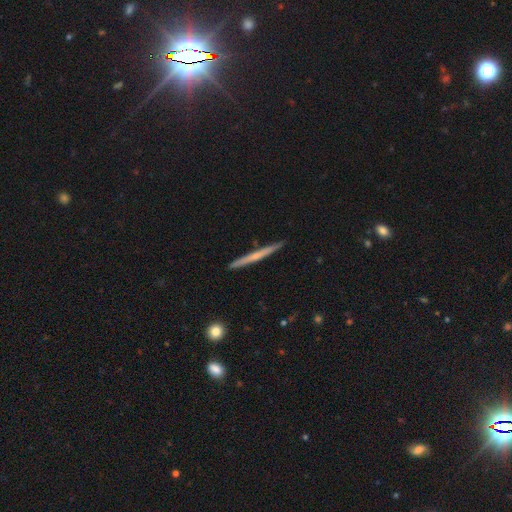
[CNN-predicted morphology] Smooth or featured: featured or disk — 51% (smooth — 43%)
Edge-on disk: yes — 97% (no — 3%)
Merging: none — 91% (minor disturbance — 7%)